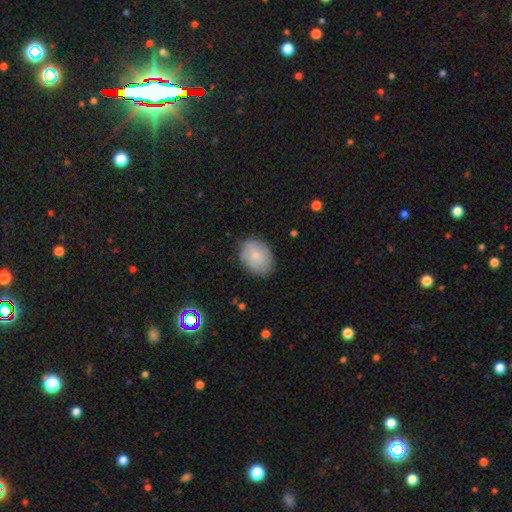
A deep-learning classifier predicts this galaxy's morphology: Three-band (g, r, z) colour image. It shows a smooth galaxy with no disk features (77%) that is in between round and cigar-shaped (68%). Merging: none (82%).